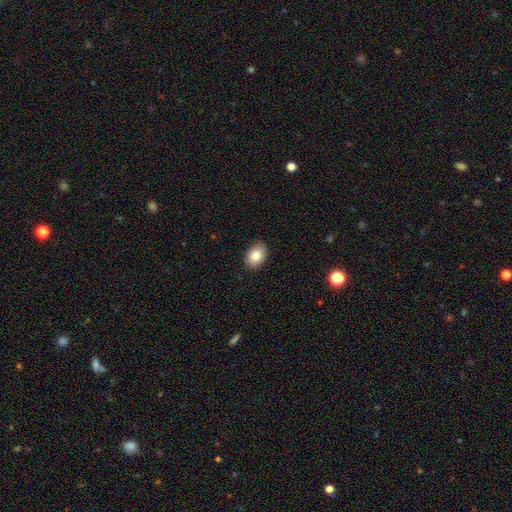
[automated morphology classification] Smooth or featured: smooth — 83% (featured or disk — 9%)
How rounded: in between — 79% (round — 20%)
Merging: none — 88% (minor disturbance — 9%)